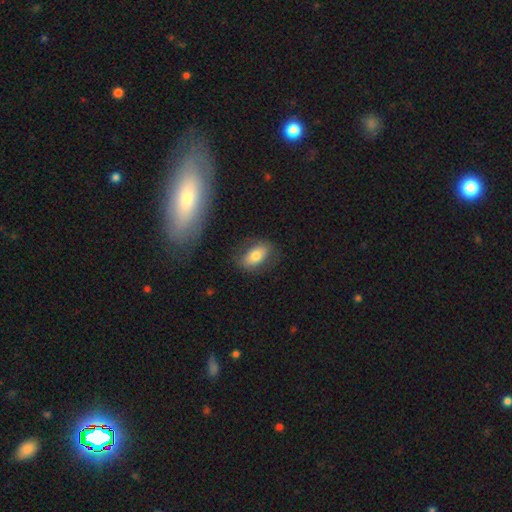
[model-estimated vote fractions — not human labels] Smooth or featured?
  - smooth: 73% *
  - featured or disk: 19%
  - star or artifact: 8%
How rounded?
  - in between: 89% *
  - round: 8%
  - cigar-shaped: 3%
Merging?
  - none: 76% *
  - minor disturbance: 15%
  - major disturbance: 6%
  - merger: 3%